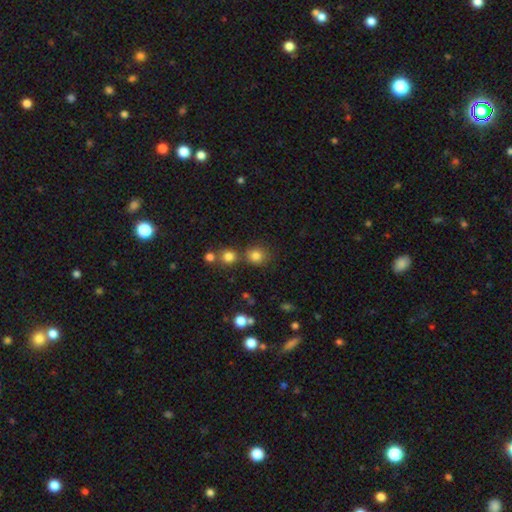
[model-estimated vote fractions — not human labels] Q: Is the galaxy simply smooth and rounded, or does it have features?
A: smooth — 80%.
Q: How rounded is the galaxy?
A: round — 84%.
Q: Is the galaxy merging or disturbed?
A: none — 71%.